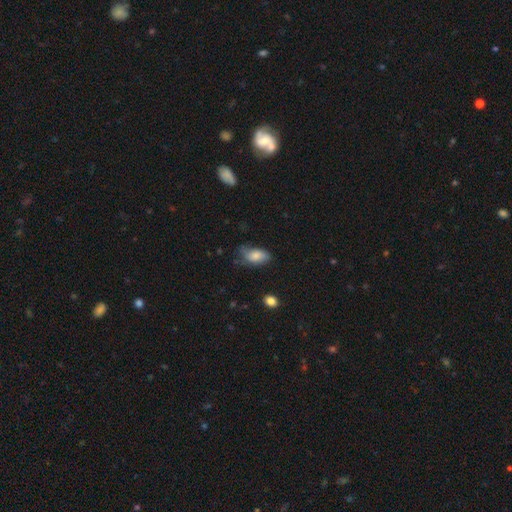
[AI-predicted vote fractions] A smooth galaxy with no disk features (77%) that is in between round and cigar-shaped (92%). Merging: none (50%).